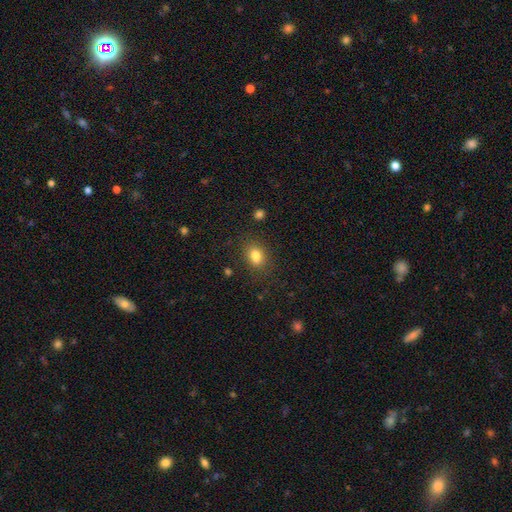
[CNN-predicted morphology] Smooth or featured?
  - smooth: 81% *
  - star or artifact: 11%
  - featured or disk: 8%
How rounded?
  - in between: 69% *
  - round: 30%
  - cigar-shaped: 2%
Merging?
  - none: 78% *
  - minor disturbance: 14%
  - major disturbance: 4%
  - merger: 4%